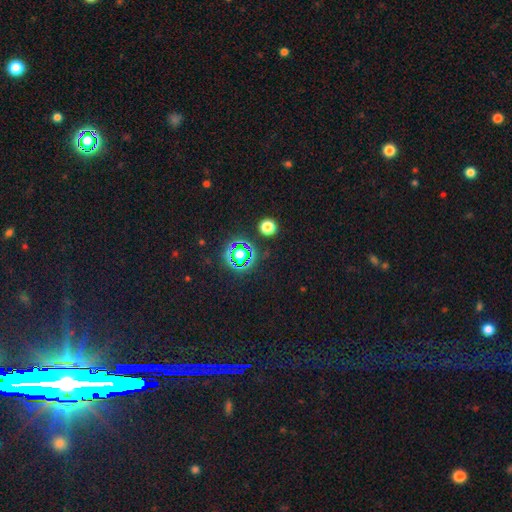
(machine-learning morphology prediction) This is likely a star or artifact rather than a galaxy (79%).